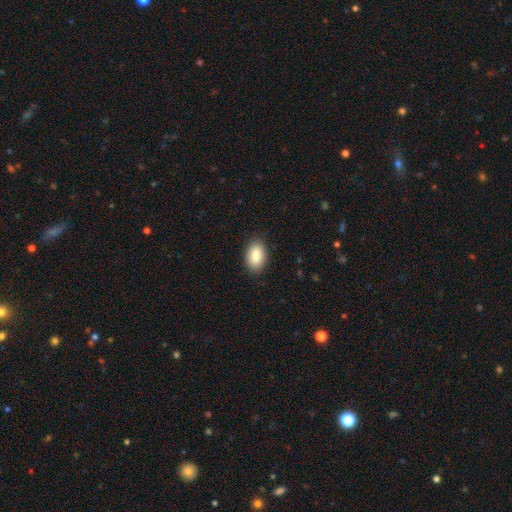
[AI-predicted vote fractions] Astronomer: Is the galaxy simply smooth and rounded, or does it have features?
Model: smooth — 87%.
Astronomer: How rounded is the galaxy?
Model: in between — 91%.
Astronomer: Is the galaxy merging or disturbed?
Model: none — 88%.